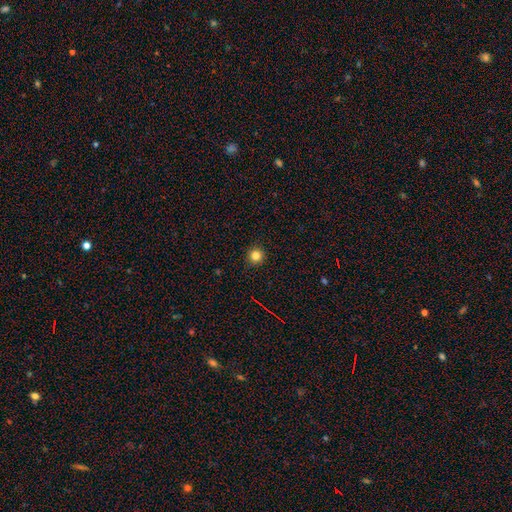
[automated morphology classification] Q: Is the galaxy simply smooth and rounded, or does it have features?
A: smooth — 82%.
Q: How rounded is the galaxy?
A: round — 95%.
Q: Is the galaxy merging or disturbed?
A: none — 92%.